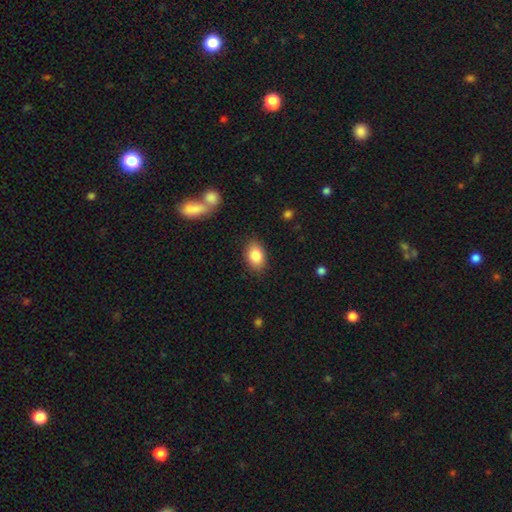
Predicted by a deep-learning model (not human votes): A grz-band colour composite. It shows a smooth galaxy with no disk features (85%) that is in between round and cigar-shaped (84%). Merging: none (85%).